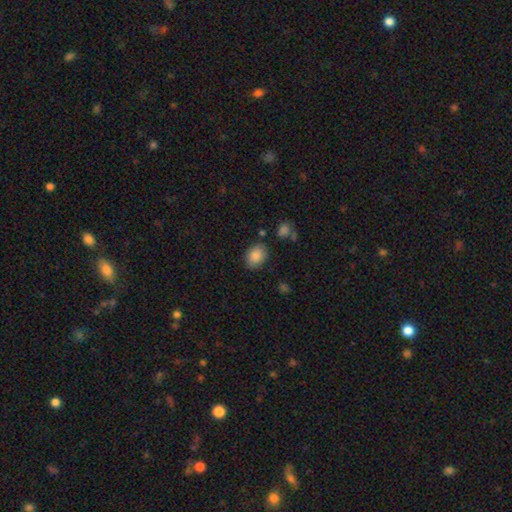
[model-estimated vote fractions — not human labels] Smooth or featured?
  - smooth: 87% *
  - star or artifact: 8%
  - featured or disk: 6%
How rounded?
  - in between: 71% *
  - round: 28%
  - cigar-shaped: 1%
Merging?
  - none: 80% *
  - minor disturbance: 13%
  - major disturbance: 3%
  - merger: 3%